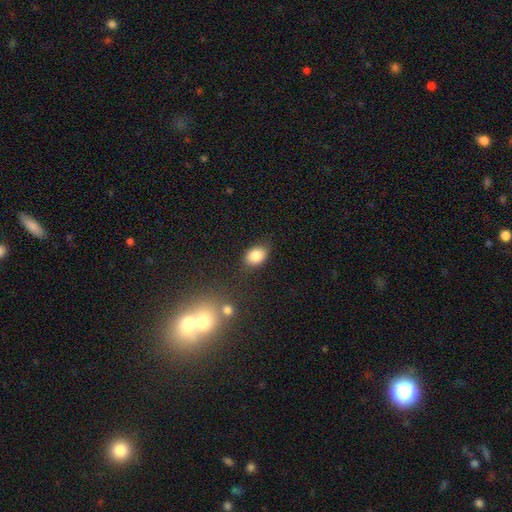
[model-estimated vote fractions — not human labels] Overall: smooth (84%). How rounded: in between (76%). Merging: none (78%).